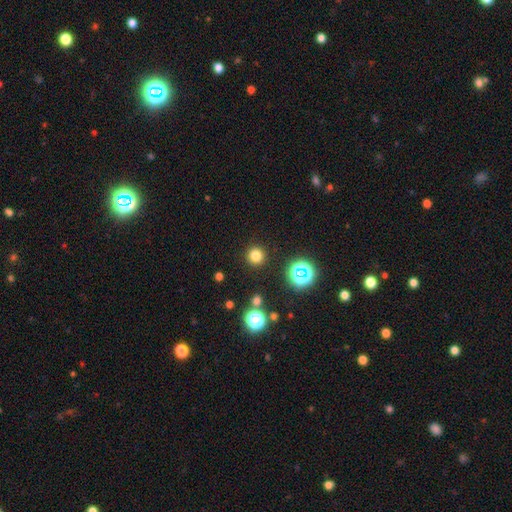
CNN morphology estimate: Smooth or featured? smooth (76%)
How rounded? round (95%)
Merging? none (91%)